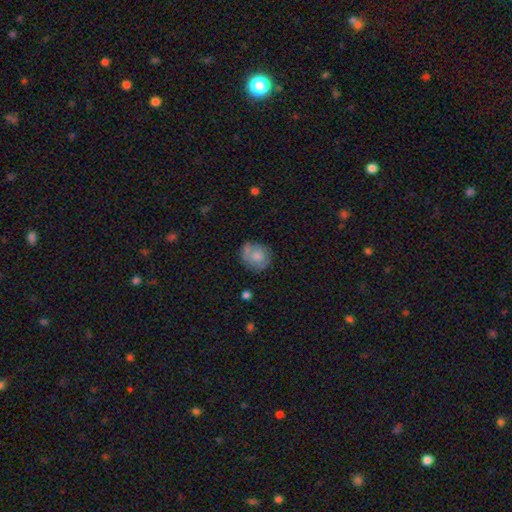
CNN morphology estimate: type=smooth (71%); roundness=round (78%); merging=none (60%).